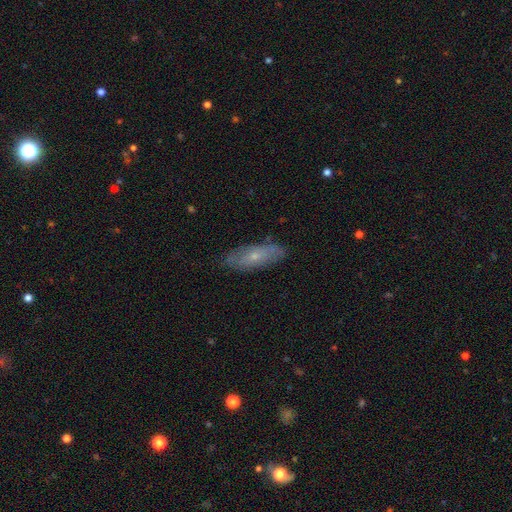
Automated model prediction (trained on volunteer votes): Smooth or featured?
  - featured or disk: 46% * (tied)
  - smooth: 46% * (tied)
  - star or artifact: 7%
Merging?
  - none: 79% *
  - minor disturbance: 16%
  - major disturbance: 3%
  - merger: 1%